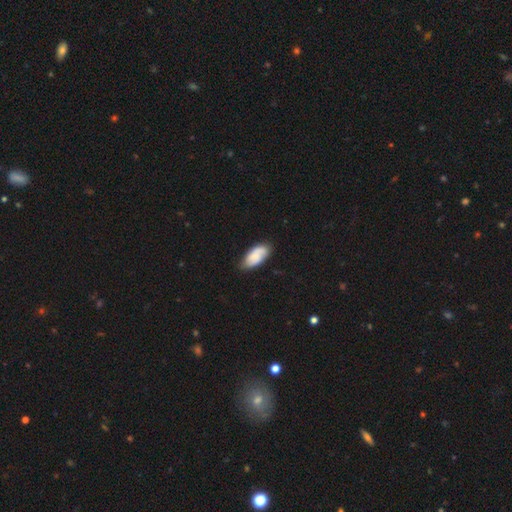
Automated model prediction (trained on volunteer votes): The model was most divided on "smooth or featured": smooth: 69%, featured or disk: 24%, star or artifact: 7%. More confident: how rounded — in between (90%); merging — none (74%).